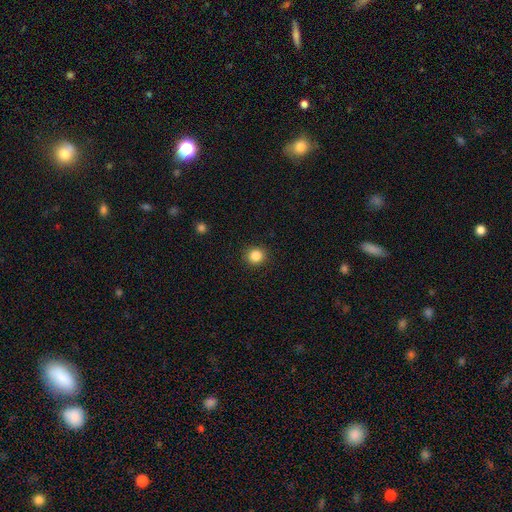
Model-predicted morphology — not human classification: A smooth galaxy with no disk features (85%) that is round (90%).

Vote fractions:
- Smooth or featured? smooth: 85% / star or artifact: 11% / featured or disk: 4%
- How rounded? round: 90% / in between: 9% / cigar-shaped: 1%
- Merging? none: 91% / minor disturbance: 6% / major disturbance: 2% / merger: 1%